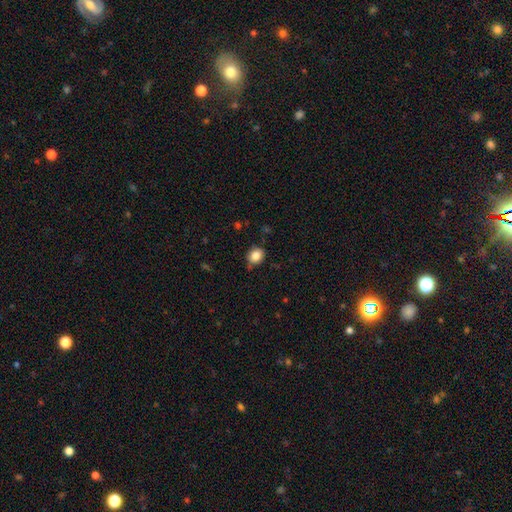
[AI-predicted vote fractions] Smooth or featured? Predicted: smooth (p=0.84). How rounded? Predicted: round (p=0.66). Merging? Predicted: none (p=0.78).